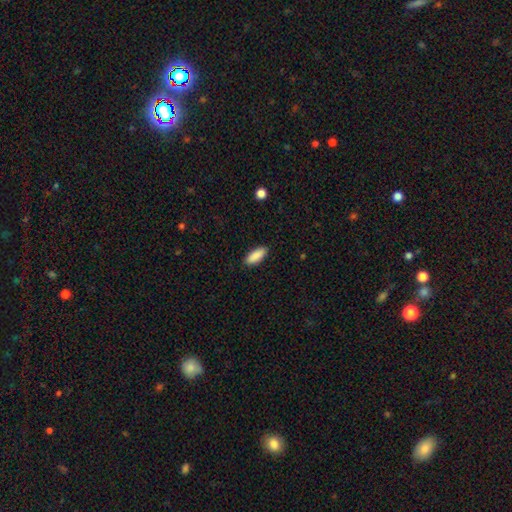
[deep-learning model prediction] This appears to be a smooth galaxy with no disk features (90%) that is in between round and cigar-shaped (76%). Merging: none (88%).